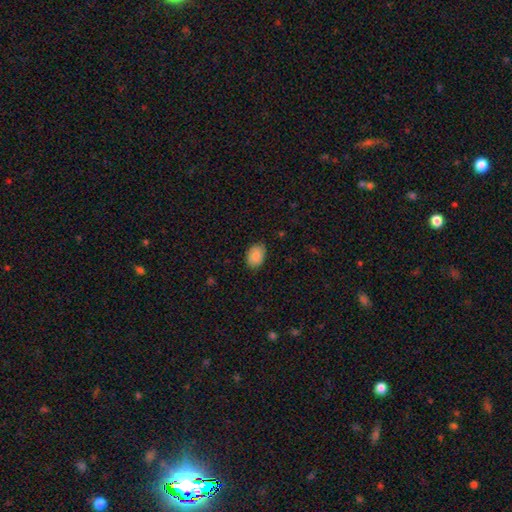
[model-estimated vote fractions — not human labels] smooth_or_featured: smooth (p=0.87) [alt: star or artifact p=0.07]
how_rounded: in between (p=0.80) [alt: round p=0.19]
merging: none (p=0.80) [alt: minor disturbance p=0.16]